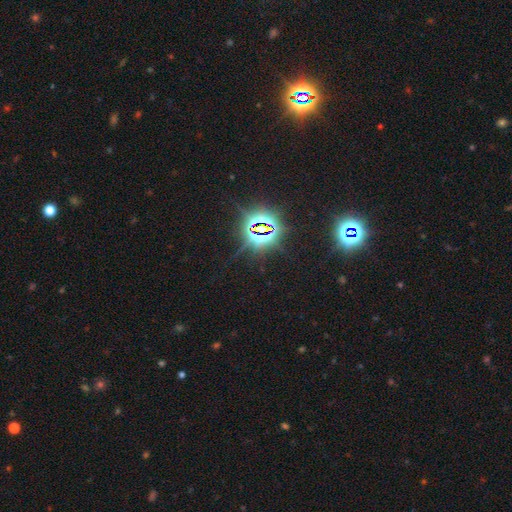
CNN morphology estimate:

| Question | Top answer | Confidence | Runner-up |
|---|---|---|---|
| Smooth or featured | star or artifact | 84% | smooth (10%) |